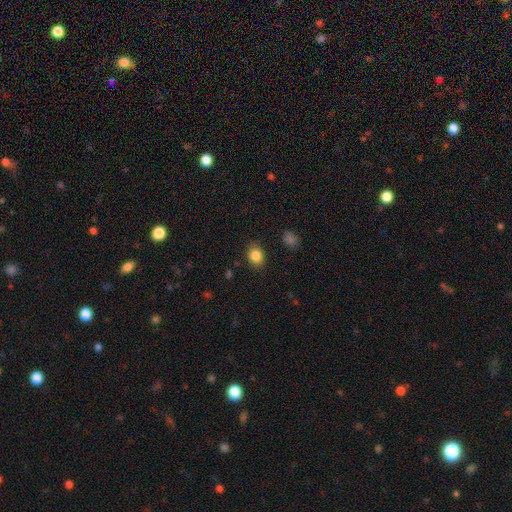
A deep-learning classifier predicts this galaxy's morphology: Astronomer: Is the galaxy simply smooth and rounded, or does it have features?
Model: smooth — 85%.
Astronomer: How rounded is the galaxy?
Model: in between — 52% (runner-up: round, 47%).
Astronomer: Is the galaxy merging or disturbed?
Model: none — 84%.